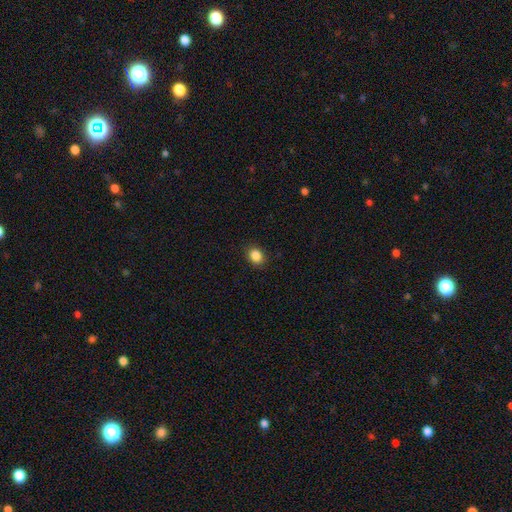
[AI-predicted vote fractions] This is clearly a smooth galaxy (86%). How rounded: possibly in between (50%). Merging: clearly none (89%).